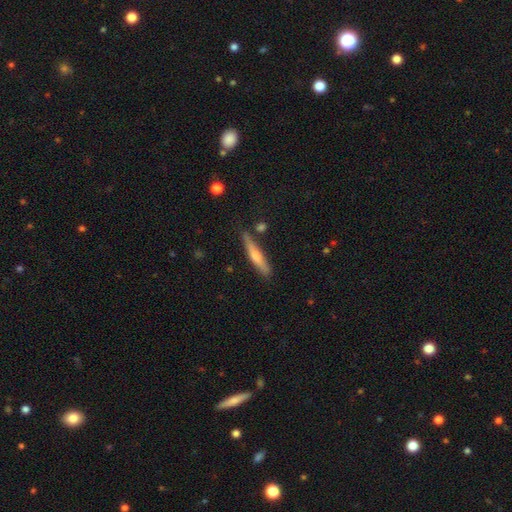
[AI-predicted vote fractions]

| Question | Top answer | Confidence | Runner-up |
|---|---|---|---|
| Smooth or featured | featured or disk | 47% | tied: smooth (47%) |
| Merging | none | 82% | minor disturbance (12%) |